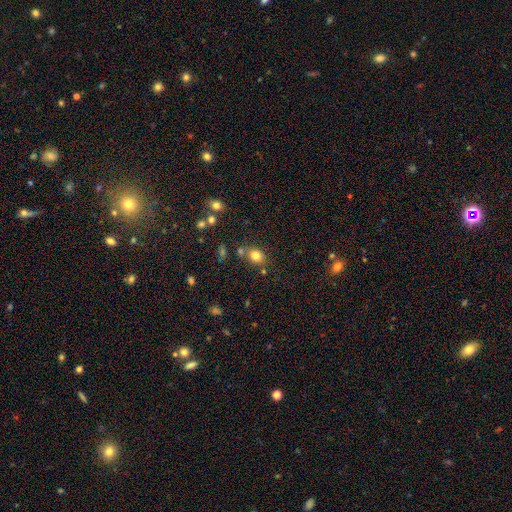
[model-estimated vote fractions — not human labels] Smooth or featured? smooth (80%)
How rounded? round (55%)
Merging? none (71%)